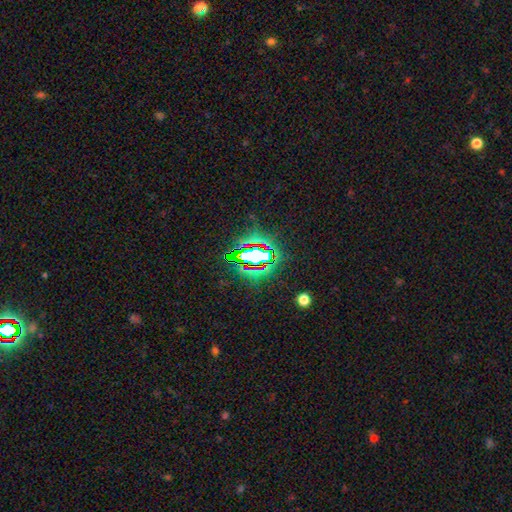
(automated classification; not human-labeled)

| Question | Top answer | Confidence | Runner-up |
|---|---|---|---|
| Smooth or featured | star or artifact | 67% | smooth (20%) |